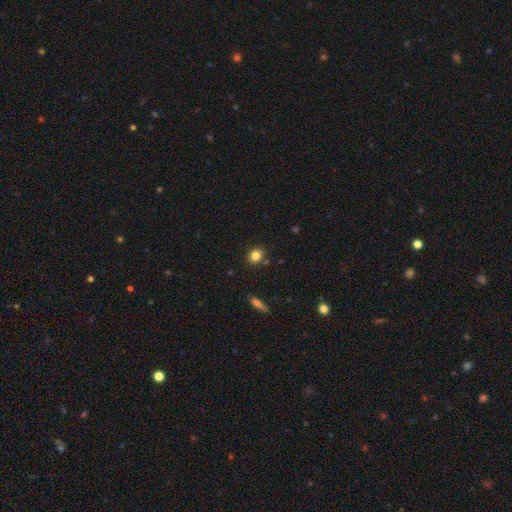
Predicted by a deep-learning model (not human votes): smooth_or_featured: smooth (p=0.83) [alt: star or artifact p=0.11]
how_rounded: round (p=0.73) [alt: in between p=0.26]
merging: none (p=0.86) [alt: minor disturbance p=0.08]